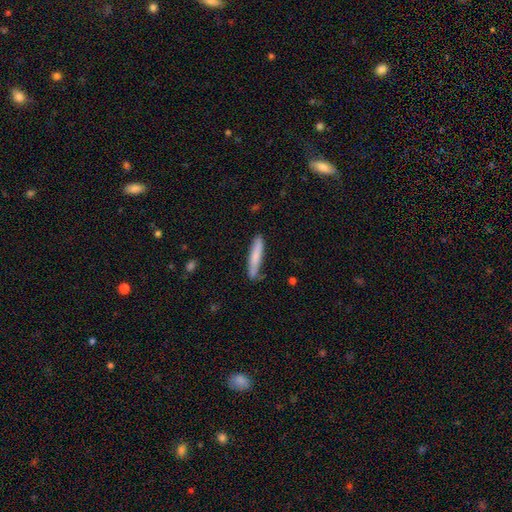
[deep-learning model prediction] Smooth or featured? Predicted: smooth (p=0.74). How rounded? Predicted: cigar-shaped (p=0.90). Merging? Predicted: none (p=0.77).